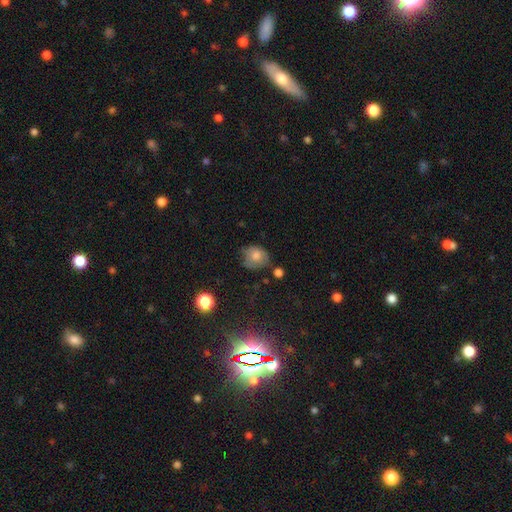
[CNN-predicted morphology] smooth-or-featured: smooth: 72% | featured or disk: 18% | star or artifact: 10%
  how-rounded: round: 66% | in between: 33% | cigar-shaped: 1%
  merging: none: 52% | minor disturbance: 32% | major disturbance: 10% | merger: 5%